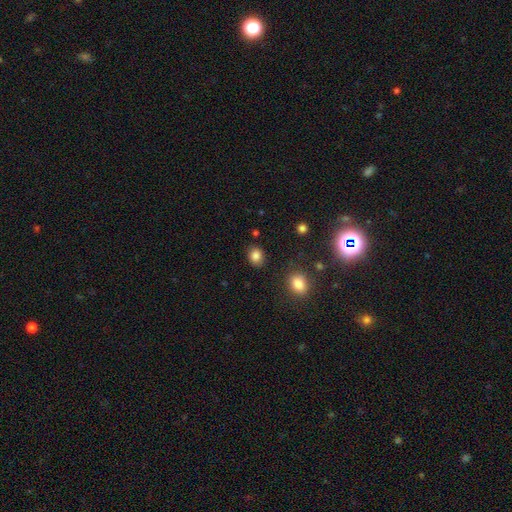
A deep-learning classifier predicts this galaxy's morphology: A smooth galaxy with no disk features (85%) that is round (58%). Merging: none (85%).